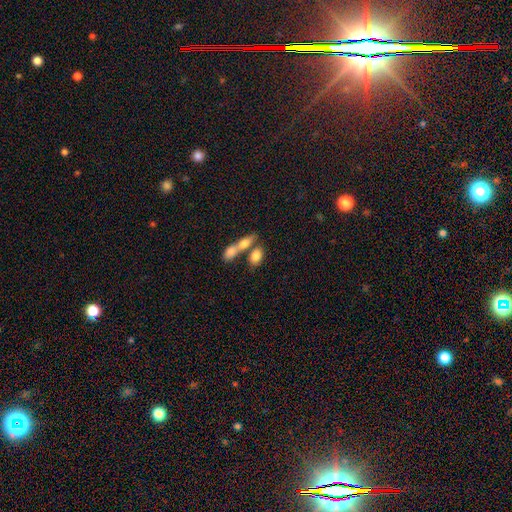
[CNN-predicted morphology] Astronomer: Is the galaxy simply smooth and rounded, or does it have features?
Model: smooth — 79%.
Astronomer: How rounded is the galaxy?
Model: in between — 85%.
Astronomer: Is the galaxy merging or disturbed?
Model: merger — 53% (runner-up: none, 34%).